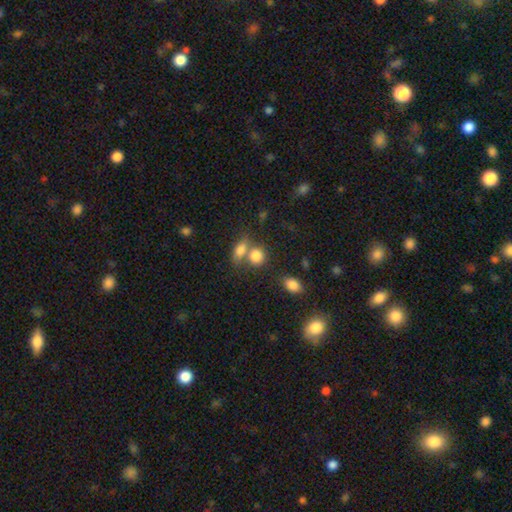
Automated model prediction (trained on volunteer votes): This is clearly a smooth galaxy (82%). How rounded: possibly round (59%). Merging: marginally merger (44%).